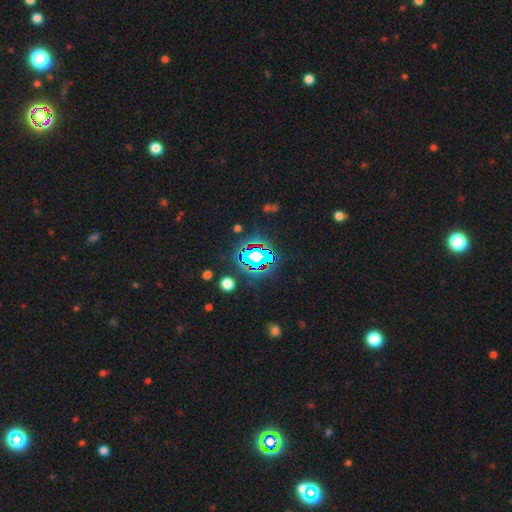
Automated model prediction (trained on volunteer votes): Smooth or featured: star or artifact — 69% (smooth — 18%)